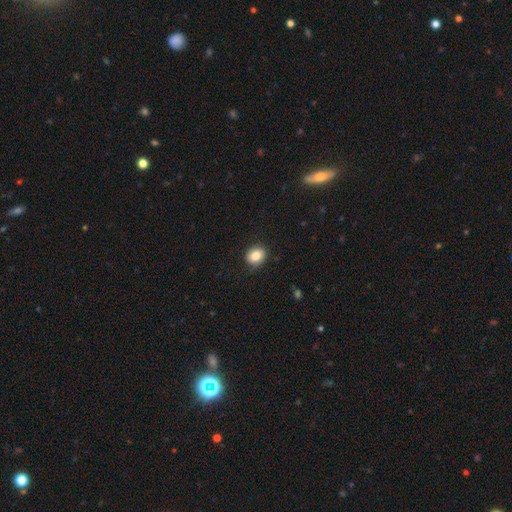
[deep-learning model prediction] This appears to be a smooth galaxy with no disk features (84%) that is round (54%). Merging: none (83%).